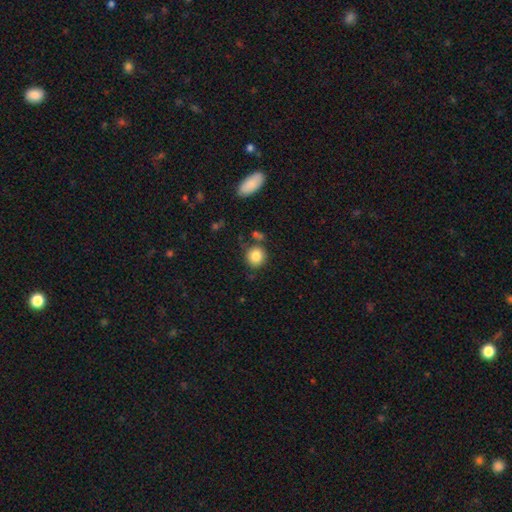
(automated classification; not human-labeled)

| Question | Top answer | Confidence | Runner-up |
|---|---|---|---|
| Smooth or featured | smooth | 85% | star or artifact (9%) |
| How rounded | round | 86% | in between (13%) |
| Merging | none | 77% | minor disturbance (12%) |